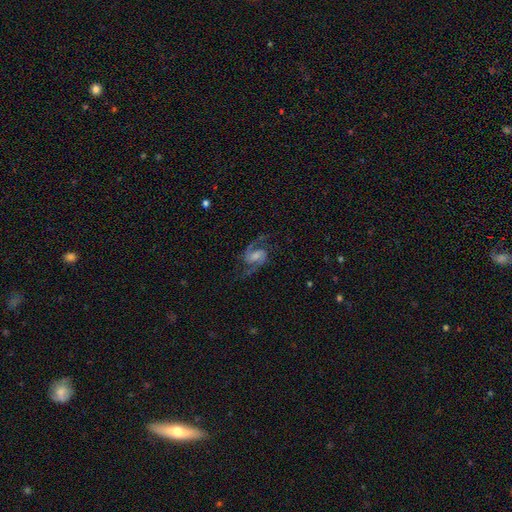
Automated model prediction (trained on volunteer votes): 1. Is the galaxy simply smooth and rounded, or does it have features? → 89% featured or disk, 5% star or artifact, 5% smooth.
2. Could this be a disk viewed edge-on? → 98% no, 2% yes.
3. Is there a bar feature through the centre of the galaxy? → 48% weak, 34% no, 18% strong.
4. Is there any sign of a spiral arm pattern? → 98% yes, 2% no.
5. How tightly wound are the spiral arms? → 57% medium, 31% loose, 11% tight.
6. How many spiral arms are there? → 94% 2, 2% can't tell, 1% 3, 1% 1, 1% 4, 1% more than 4.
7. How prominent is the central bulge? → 32% small (tied), 32% moderate (tied), 22% none, 12% large, 2% dominant.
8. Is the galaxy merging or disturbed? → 75% none, 14% minor disturbance, 9% major disturbance, 1% merger.